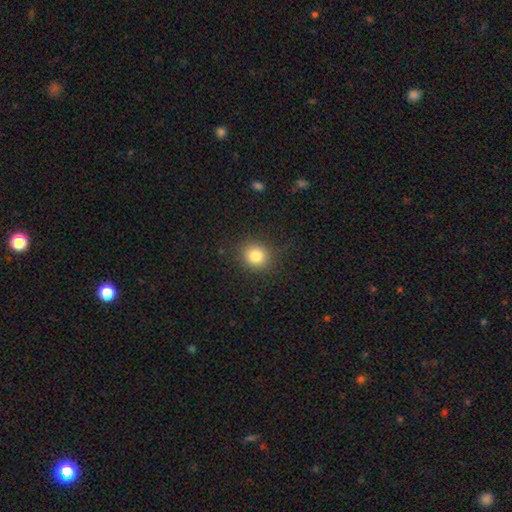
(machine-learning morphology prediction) This appears to be a smooth galaxy with no disk features (82%) that is round (84%). Merging: none (87%).